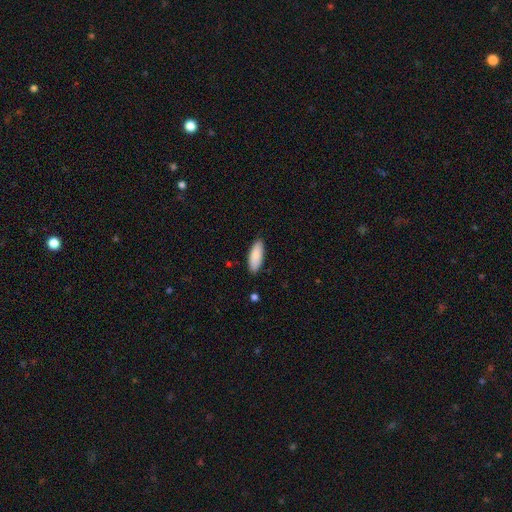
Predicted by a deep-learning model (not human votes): Overall: smooth (88%). How rounded: in between (74%). Merging: none (87%).